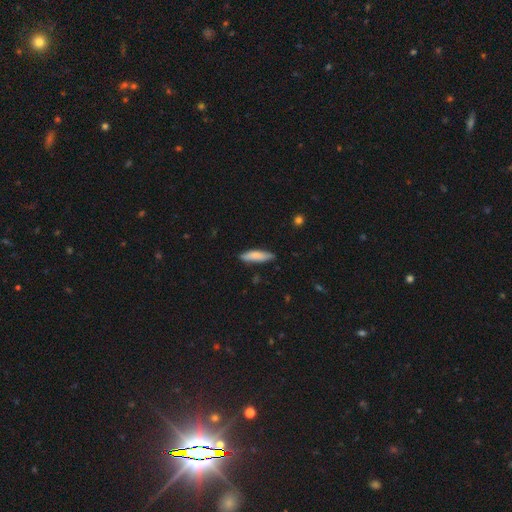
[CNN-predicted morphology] Smooth or featured?
  - smooth: 80% *
  - featured or disk: 14%
  - star or artifact: 6%
How rounded?
  - cigar-shaped: 72% *
  - in between: 27%
  - round: 2%
Merging?
  - none: 84% *
  - minor disturbance: 13%
  - major disturbance: 2%
  - merger: 1%